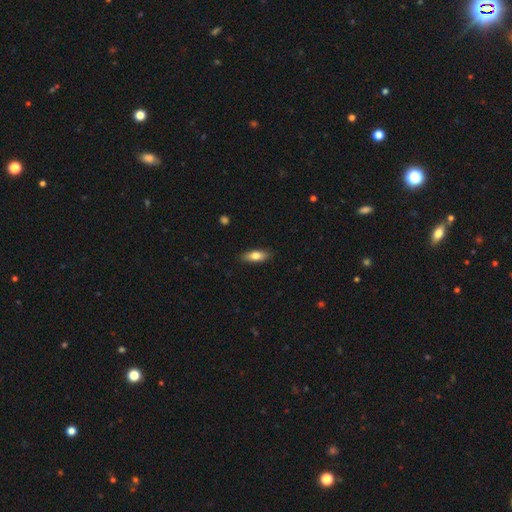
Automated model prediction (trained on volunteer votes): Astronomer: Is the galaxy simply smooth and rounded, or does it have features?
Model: smooth — 75%.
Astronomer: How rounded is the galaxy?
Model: in between — 68%.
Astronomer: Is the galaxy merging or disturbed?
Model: none — 87%.